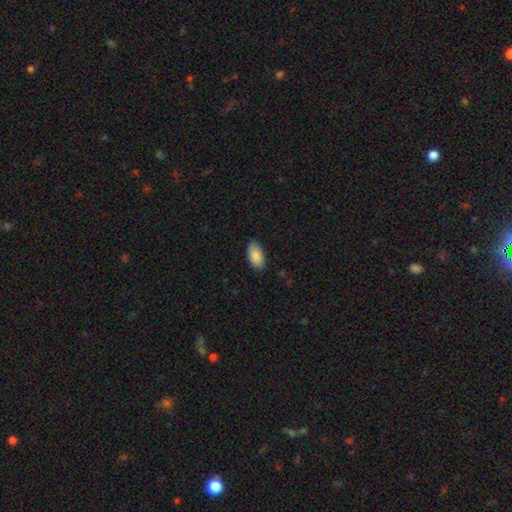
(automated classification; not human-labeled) The model was most divided on "merging": none: 86%, minor disturbance: 11%, major disturbance: 2%, merger: 1%. More confident: how rounded — in between (94%); smooth or featured — smooth (89%).